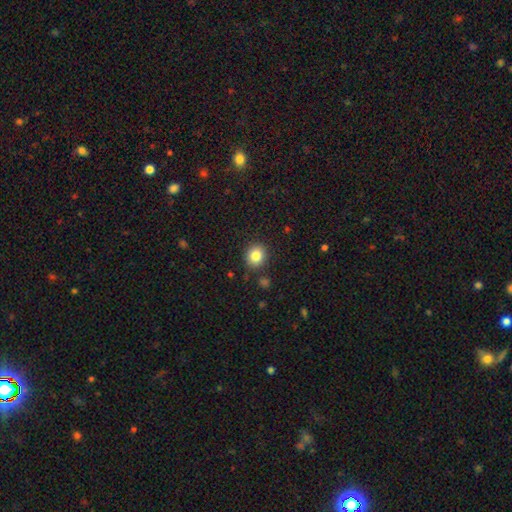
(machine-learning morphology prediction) Smooth or featured? smooth (84%)
How rounded? round (77%)
Merging? none (88%)